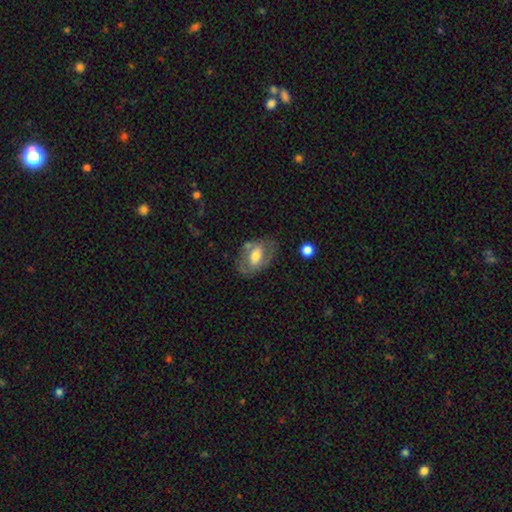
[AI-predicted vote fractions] Smooth or featured: featured or disk — 51% (smooth — 43%)
Edge-on disk: no — 91% (yes — 9%)
Merging: none — 64% (minor disturbance — 21%)